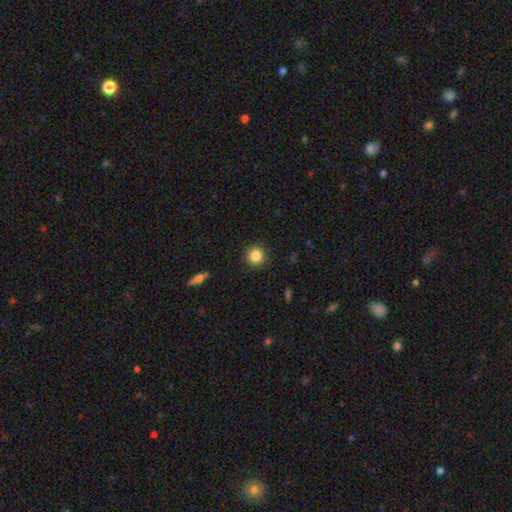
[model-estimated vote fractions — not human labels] Smooth or featured? Predicted: smooth (p=0.85). How rounded? Predicted: round (p=0.94). Merging? Predicted: none (p=0.92).